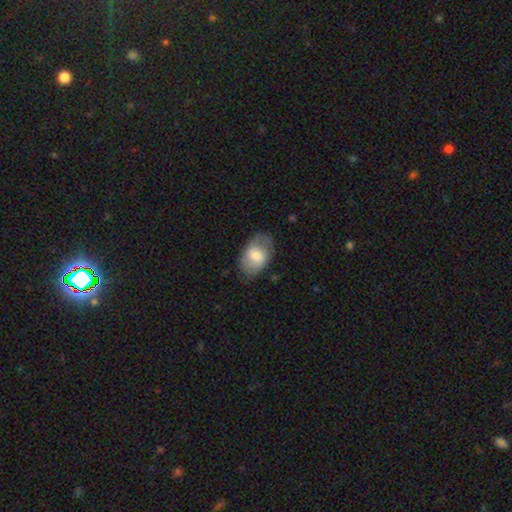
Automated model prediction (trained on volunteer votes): The model was most divided on "smooth or featured": smooth: 67%, featured or disk: 27%, star or artifact: 7%. More confident: how rounded — in between (87%); merging — none (71%).